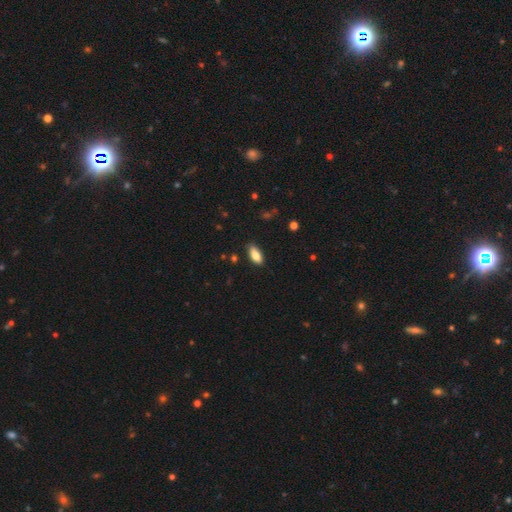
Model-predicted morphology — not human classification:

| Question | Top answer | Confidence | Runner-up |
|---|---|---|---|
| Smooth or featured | smooth | 81% | featured or disk (12%) |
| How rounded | in between | 86% | cigar-shaped (12%) |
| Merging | none | 85% | minor disturbance (12%) |